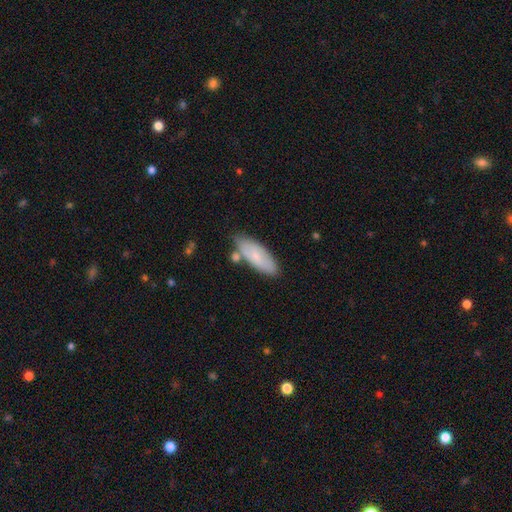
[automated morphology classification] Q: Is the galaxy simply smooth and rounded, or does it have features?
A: smooth — 73%.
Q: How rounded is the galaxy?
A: in between — 72%.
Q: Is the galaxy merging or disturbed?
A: none — 70%.